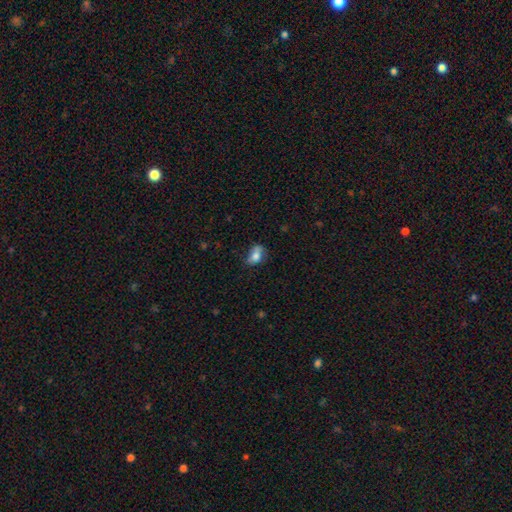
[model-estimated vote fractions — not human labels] Q: Smooth or featured?
A: smooth (72%); runner-up: featured or disk (19%)
Q: How rounded?
A: in between (82%); runner-up: round (14%)
Q: Merging?
A: none (49%); runner-up: minor disturbance (33%)